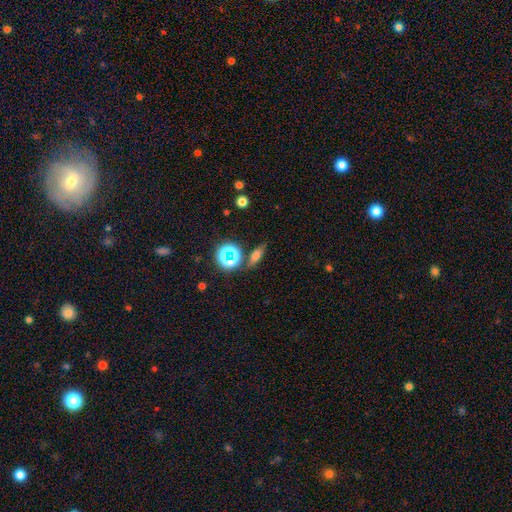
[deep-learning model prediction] Morphology: type=smooth (59%); roundness=in between (48%); merging=none (78%).